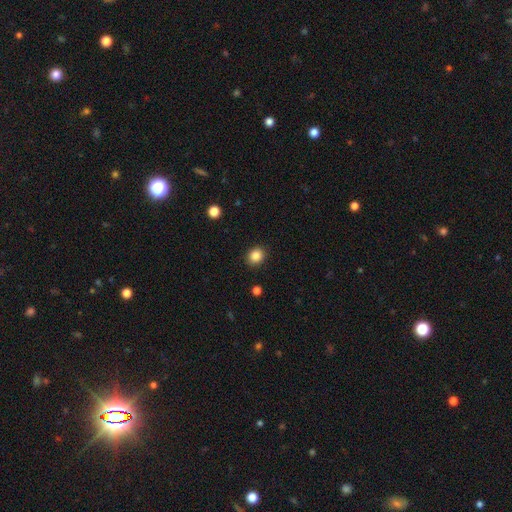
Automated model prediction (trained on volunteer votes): Smooth or featured? Predicted: smooth (p=0.85). How rounded? Predicted: round (p=0.75). Merging? Predicted: none (p=0.91).